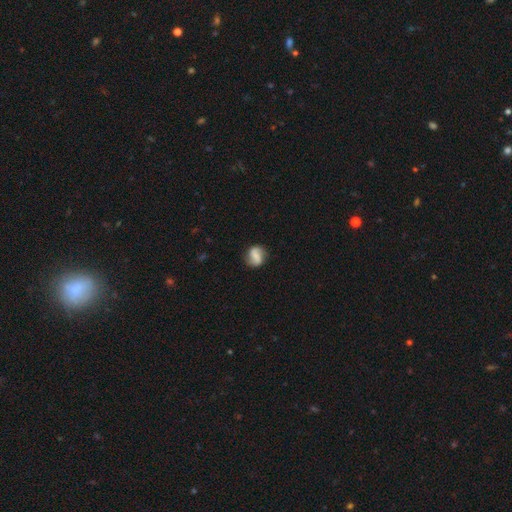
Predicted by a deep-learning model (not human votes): A featured or disk galaxy (57%) with a weak bar (38%), spiral arms (89%) and no central bulge (49%).

Vote fractions:
- Smooth or featured? featured or disk: 57% / smooth: 34% / star or artifact: 9%
- Edge-on disk? no: 97% / yes: 3%
- Bar? weak: 38% / strong: 36% / no: 26%
- Spiral arms? yes: 89% / no: 11%
- Bulge size? none: 49% / small: 26% / moderate: 16% / large: 6% / dominant: 3%
- Merging? none: 77% / minor disturbance: 16% / major disturbance: 6% / merger: 2%